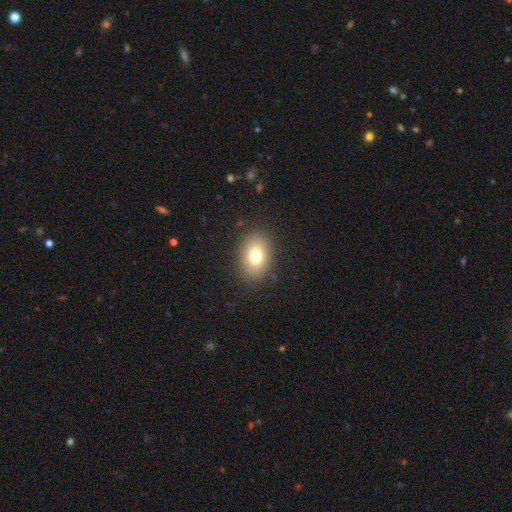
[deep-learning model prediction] Smooth or featured? Predicted: smooth (p=0.77). How rounded? Predicted: in between (p=0.75). Merging? Predicted: none (p=0.87).